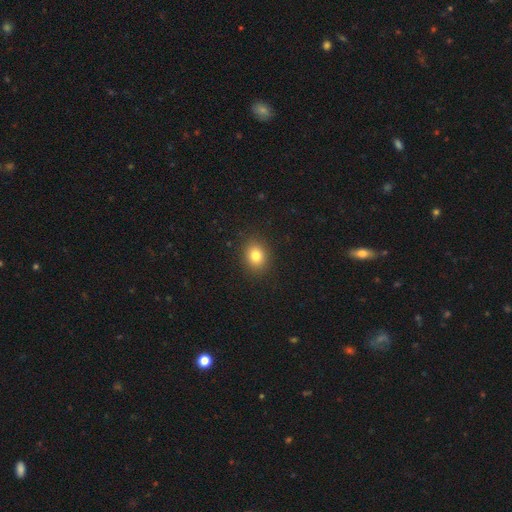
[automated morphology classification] This is clearly a smooth galaxy (80%). How rounded: possibly round (59%). Merging: clearly none (89%).